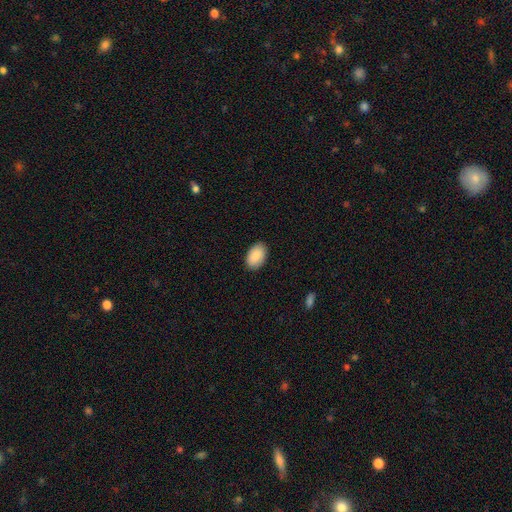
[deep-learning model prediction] smooth-or-featured: smooth: 87% | star or artifact: 6% | featured or disk: 6%
  how-rounded: in between: 90% | round: 9% | cigar-shaped: 1%
  merging: none: 88% | minor disturbance: 9% | major disturbance: 2% | merger: 1%